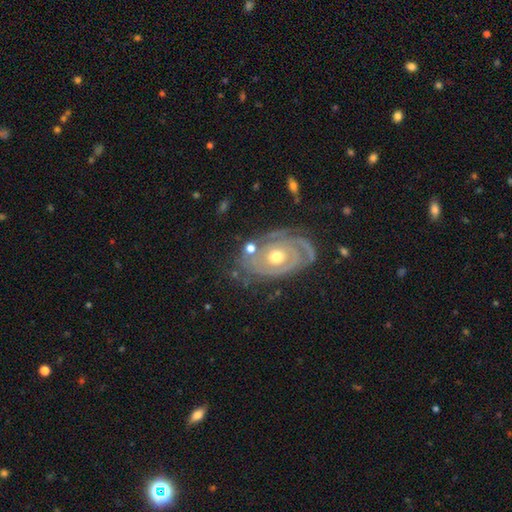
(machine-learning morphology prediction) This appears to be a featured or disk galaxy (86%) with no bar (80%), 2 (43%) tight (77%) spiral arms (93%) and a moderate central bulge (72%). Merging: none (71%).